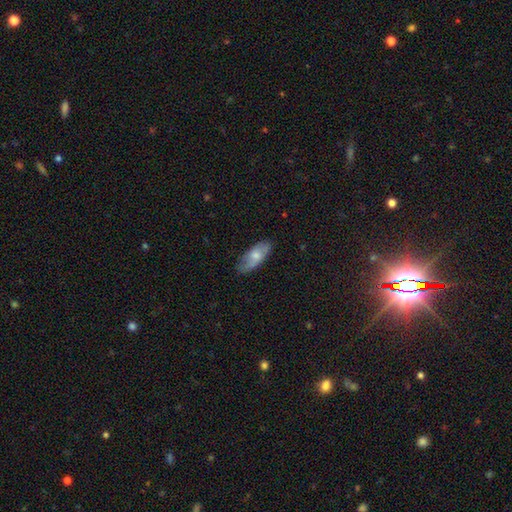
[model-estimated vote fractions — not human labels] This appears to be a smooth galaxy with no disk features (66%) that is in between round and cigar-shaped (80%). Merging: none (75%).